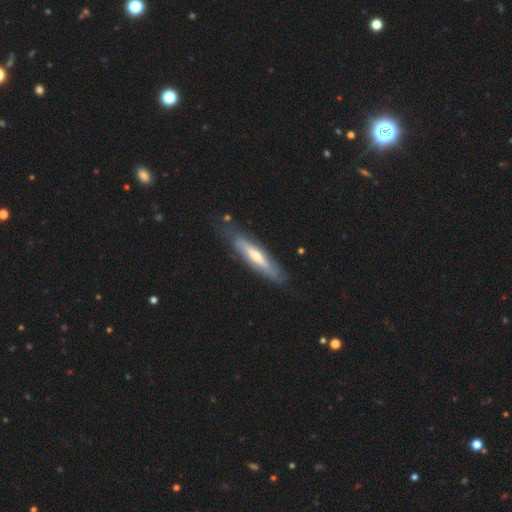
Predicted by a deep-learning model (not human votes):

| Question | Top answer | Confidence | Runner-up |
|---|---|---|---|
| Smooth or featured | featured or disk | 56% | smooth (38%) |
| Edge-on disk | yes | 67% | no (33%) |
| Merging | none | 77% | minor disturbance (17%) |